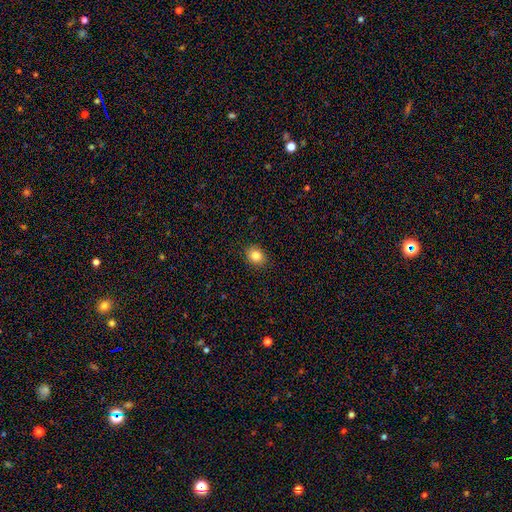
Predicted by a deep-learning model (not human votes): A smooth galaxy with no disk features (84%) that is round (60%). Merging: none (90%).